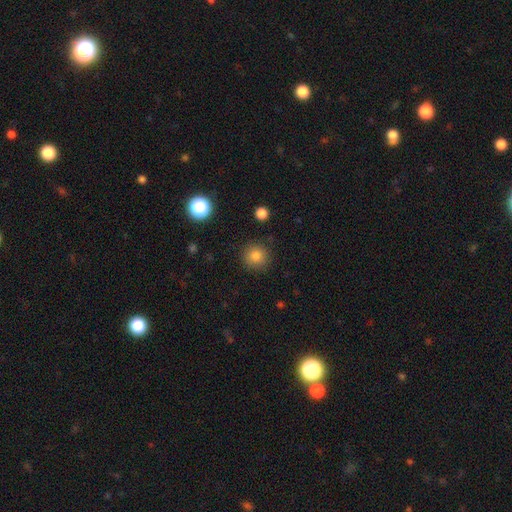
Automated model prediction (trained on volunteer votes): Smooth or featured?
  - smooth: 83% *
  - star or artifact: 12%
  - featured or disk: 6%
How rounded?
  - round: 92% *
  - in between: 7%
  - cigar-shaped: 1%
Merging?
  - none: 88% *
  - minor disturbance: 8%
  - major disturbance: 3%
  - merger: 2%